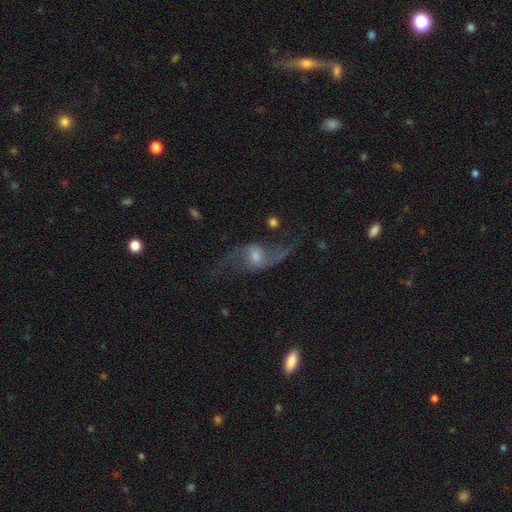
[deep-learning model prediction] A featured or disk galaxy (81%) with no bar (47%), 2 (92%) loose (87%) spiral arms (93%) and a moderate central bulge (48%). Merging: none (62%).